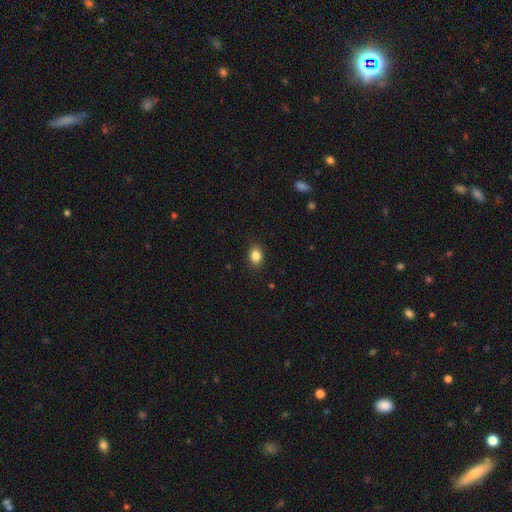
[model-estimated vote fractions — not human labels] This is clearly a smooth galaxy (85%). How rounded: likely in between (71%). Merging: clearly none (88%).